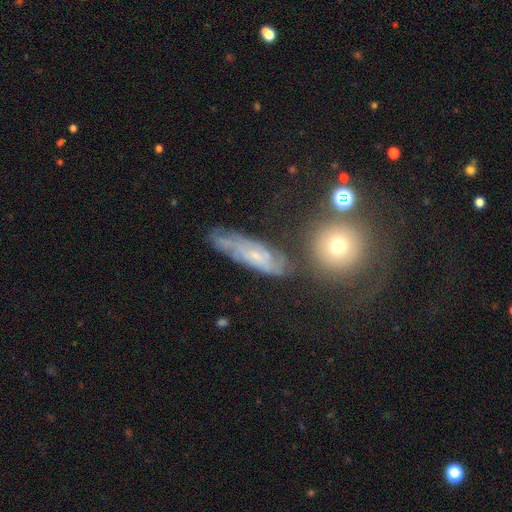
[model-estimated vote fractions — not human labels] A featured or disk galaxy (65%) with no bar (63%), spiral arms (83%) and a small central bulge (71%). Merging: none (59%).